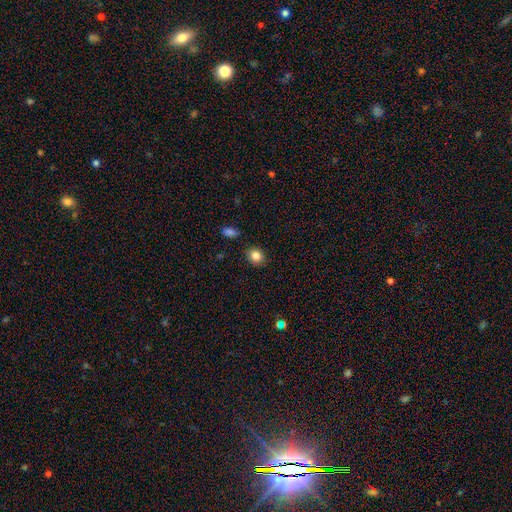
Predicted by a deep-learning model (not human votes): Morphology: type=smooth (84%); roundness=round (66%); merging=none (89%).